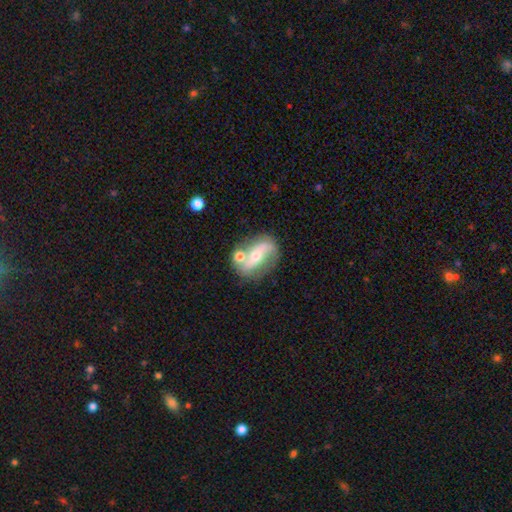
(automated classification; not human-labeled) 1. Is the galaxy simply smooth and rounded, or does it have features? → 75% featured or disk, 18% smooth, 7% star or artifact.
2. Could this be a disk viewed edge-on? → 93% no, 7% yes.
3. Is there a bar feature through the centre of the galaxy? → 39% strong, 35% no, 26% weak.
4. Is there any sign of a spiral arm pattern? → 82% yes, 18% no.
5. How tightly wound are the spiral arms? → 60% loose, 30% medium, 11% tight.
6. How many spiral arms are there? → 88% 2, 5% can't tell, 4% 1, 1% 3, 1% 4, 1% more than 4.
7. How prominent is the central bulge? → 53% moderate, 41% small, 3% large, 2% none, 1% dominant.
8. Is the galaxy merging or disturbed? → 61% none, 18% merger, 15% minor disturbance, 6% major disturbance.